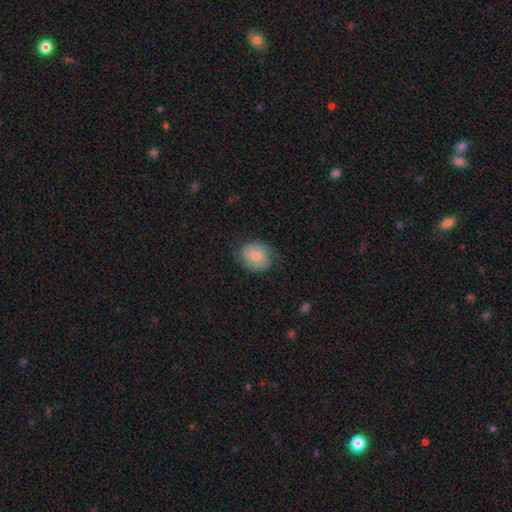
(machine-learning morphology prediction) Smooth or featured?
  - smooth: 68% *
  - featured or disk: 25%
  - star or artifact: 7%
How rounded?
  - round: 53% *
  - in between: 46%
  - cigar-shaped: 1%
Merging?
  - none: 70% *
  - minor disturbance: 22%
  - major disturbance: 7%
  - merger: 1%